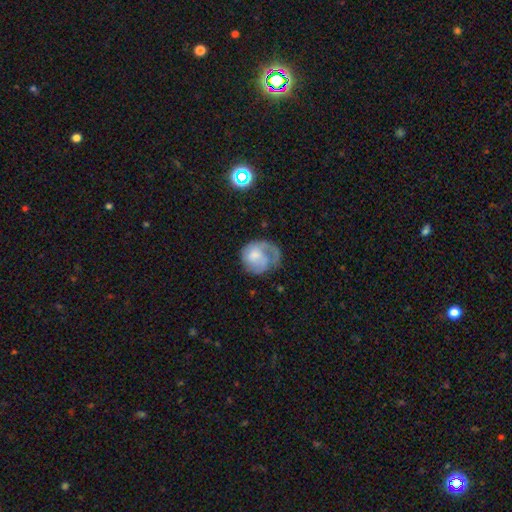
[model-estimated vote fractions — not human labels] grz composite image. It shows a smooth galaxy with no disk features (49%). Merging: major disturbance (38%).